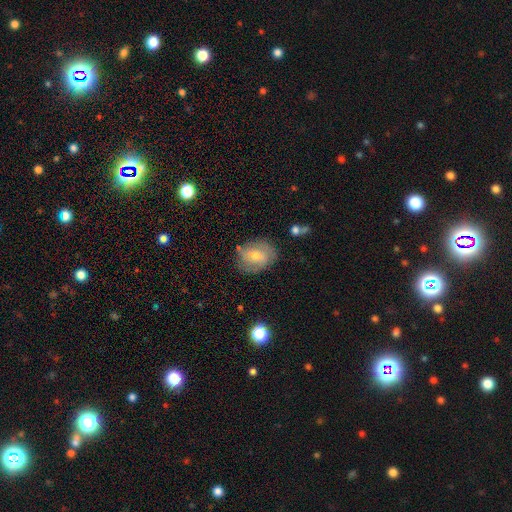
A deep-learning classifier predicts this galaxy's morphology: Smooth or featured? featured or disk (46%)
Merging? none (74%)